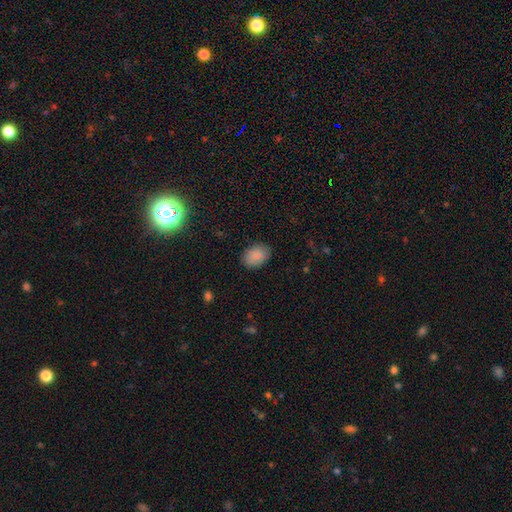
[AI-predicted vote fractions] smooth-or-featured: smooth: 87% | star or artifact: 8% | featured or disk: 5%
  how-rounded: in between: 81% | round: 18% | cigar-shaped: 1%
  merging: none: 86% | minor disturbance: 11% | major disturbance: 3% | merger: 1%